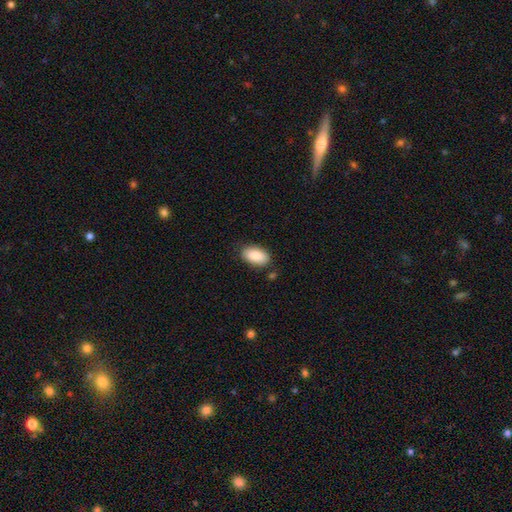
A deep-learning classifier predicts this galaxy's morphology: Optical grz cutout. It shows a smooth galaxy with no disk features (88%) that is in between round and cigar-shaped (94%). Merging: none (82%).